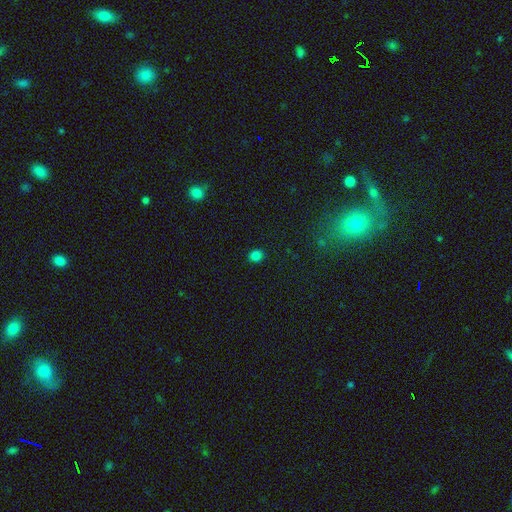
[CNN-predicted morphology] Q: Smooth or featured?
A: smooth (81%); runner-up: star or artifact (15%)
Q: How rounded?
A: round (74%); runner-up: in between (25%)
Q: Merging?
A: none (89%); runner-up: minor disturbance (7%)